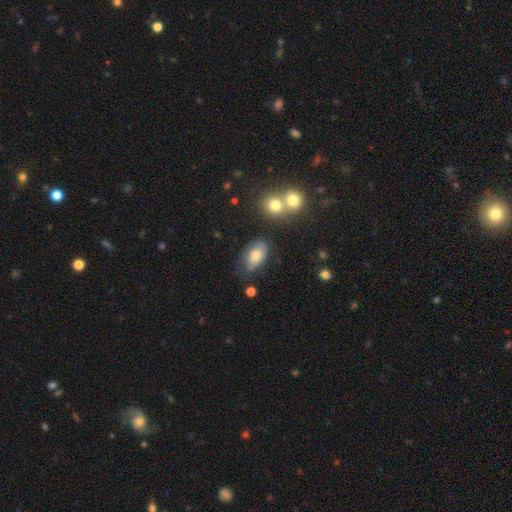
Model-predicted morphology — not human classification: smooth 67%, featured or disk 24%, star or artifact 9%. Down the decision tree: how rounded — in between (90%); merging — none (58%).